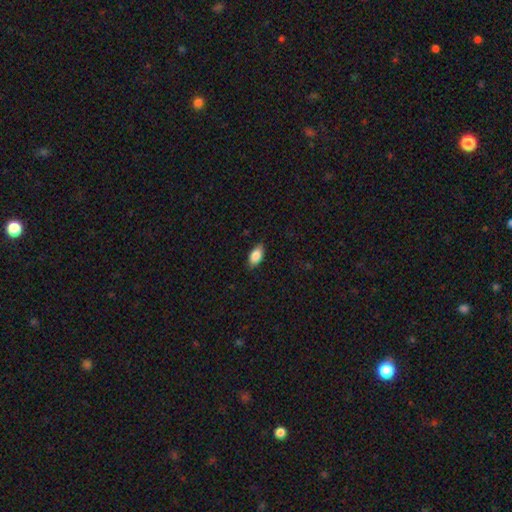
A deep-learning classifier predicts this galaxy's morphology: smooth_or_featured: smooth (p=0.85) [alt: featured or disk p=0.08]
how_rounded: in between (p=0.91) [alt: cigar-shaped p=0.05]
merging: none (p=0.85) [alt: minor disturbance p=0.12]